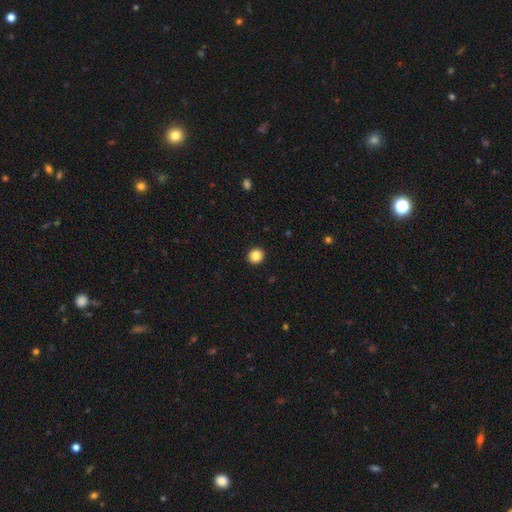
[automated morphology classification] smooth_or_featured: smooth (p=0.85) [alt: star or artifact p=0.10]
how_rounded: round (p=0.92) [alt: in between p=0.07]
merging: none (p=0.94) [alt: minor disturbance p=0.04]